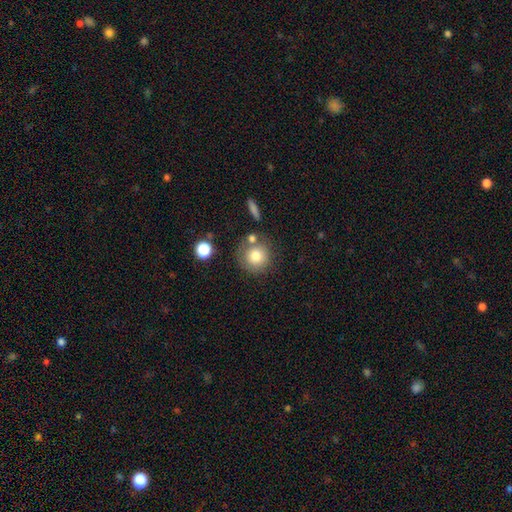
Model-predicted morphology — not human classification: Q: Smooth or featured?
A: smooth (78%); runner-up: featured or disk (13%)
Q: How rounded?
A: round (92%); runner-up: in between (7%)
Q: Merging?
A: none (65%); runner-up: minor disturbance (15%)